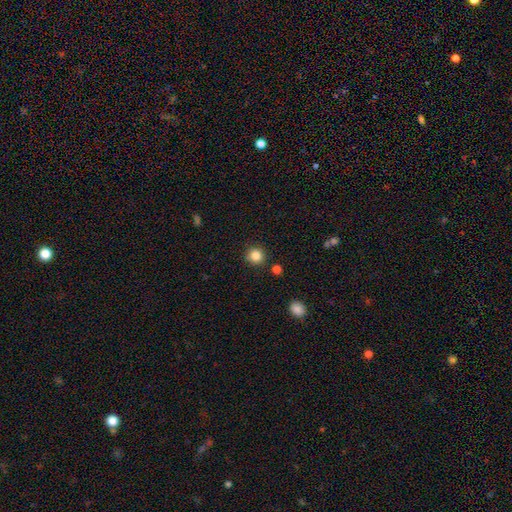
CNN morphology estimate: Overall: smooth (85%). How rounded: round (94%). Merging: none (89%).